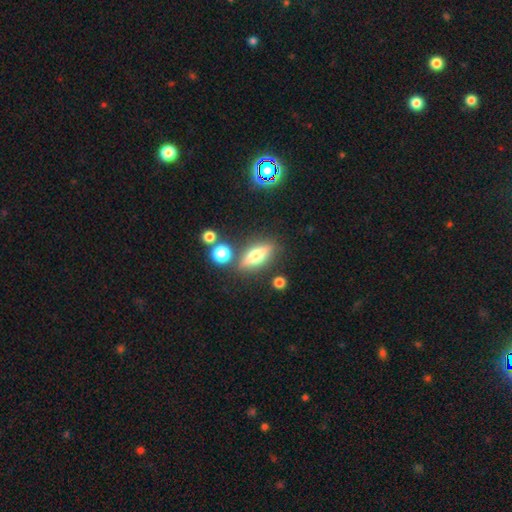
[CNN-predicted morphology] Smooth or featured? featured or disk (48%)
Merging? none (79%)